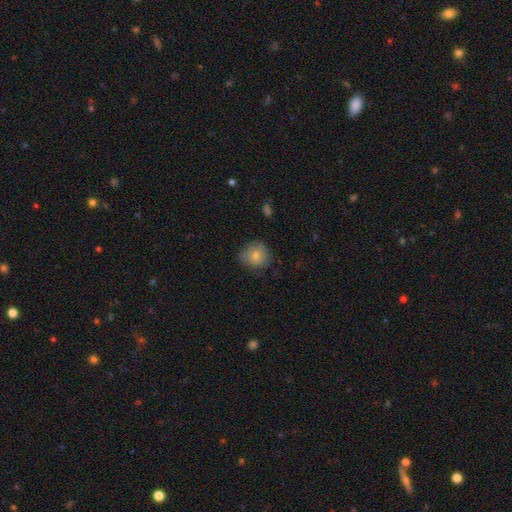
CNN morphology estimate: Smooth or featured? smooth (78%)
How rounded? round (81%)
Merging? none (66%)